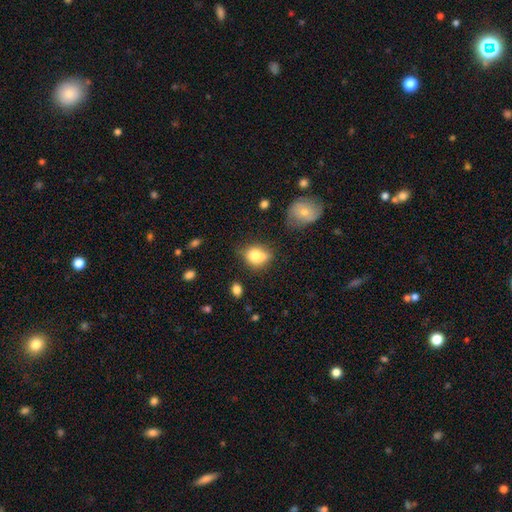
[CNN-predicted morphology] smooth-or-featured: smooth: 78% | featured or disk: 13% | star or artifact: 10%
  how-rounded: in between: 54% | round: 44% | cigar-shaped: 2%
  merging: none: 49% | minor disturbance: 30% | merger: 11% | major disturbance: 10%